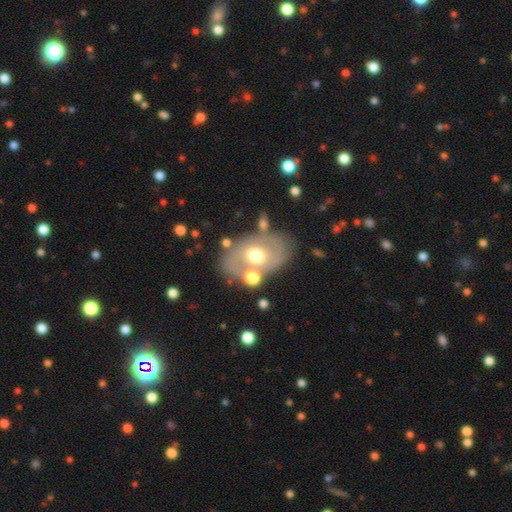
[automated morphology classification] type=featured or disk (53%); edge-on=no (92%); merging=none (66%).